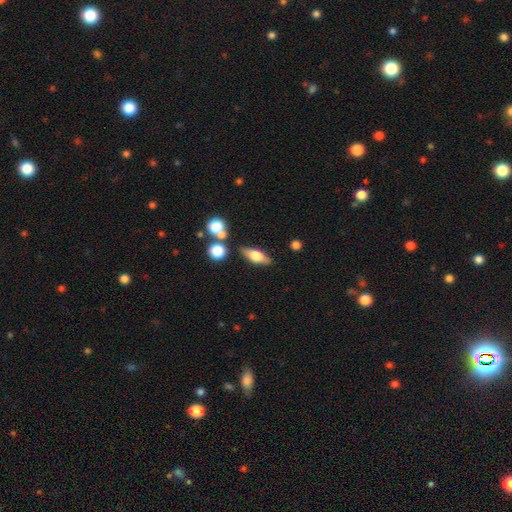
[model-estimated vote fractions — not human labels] Q: Smooth or featured?
A: smooth (50%); runner-up: featured or disk (42%)
Q: Merging?
A: none (80%); runner-up: minor disturbance (11%)